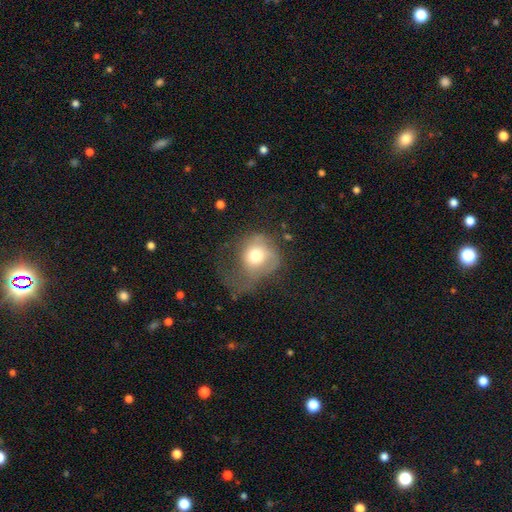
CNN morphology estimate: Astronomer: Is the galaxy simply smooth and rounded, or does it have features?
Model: smooth — 60%.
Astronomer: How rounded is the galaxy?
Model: round — 66%.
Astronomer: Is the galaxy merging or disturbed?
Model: major disturbance — 54%.